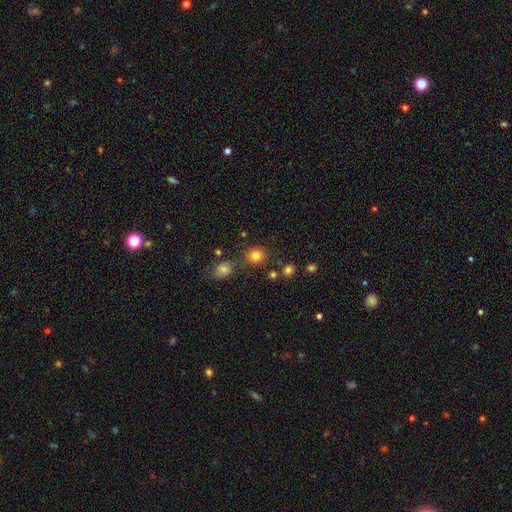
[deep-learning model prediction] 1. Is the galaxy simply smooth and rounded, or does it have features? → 80% smooth, 13% star or artifact, 7% featured or disk.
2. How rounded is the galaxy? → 85% round, 14% in between, 1% cigar-shaped.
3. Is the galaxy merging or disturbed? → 77% none, 11% minor disturbance, 8% merger, 4% major disturbance.